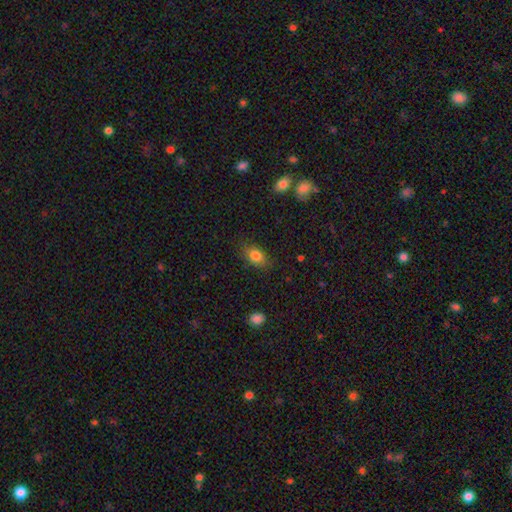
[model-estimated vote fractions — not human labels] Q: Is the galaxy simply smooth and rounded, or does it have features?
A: smooth — 82%.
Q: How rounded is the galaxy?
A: in between — 78%.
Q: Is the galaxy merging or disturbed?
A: none — 81%.